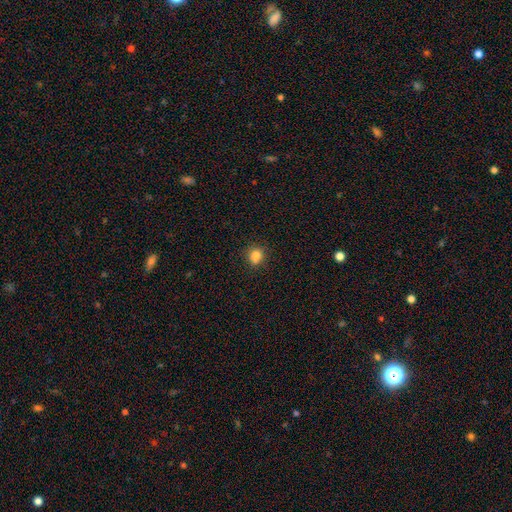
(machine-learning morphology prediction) Smooth or featured: smooth — 83% (star or artifact — 12%)
How rounded: round — 74% (in between — 25%)
Merging: none — 80% (minor disturbance — 14%)